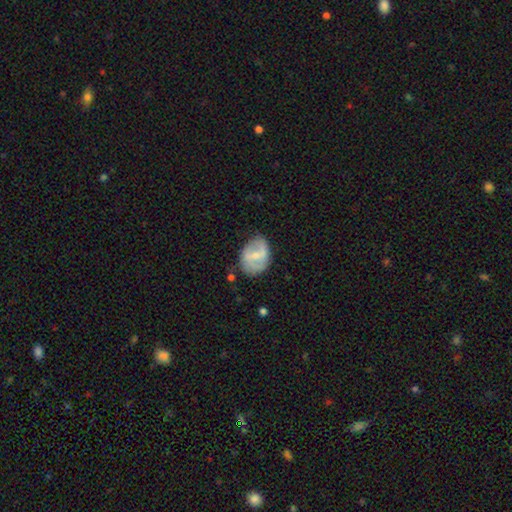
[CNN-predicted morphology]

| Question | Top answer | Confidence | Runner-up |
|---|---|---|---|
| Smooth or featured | featured or disk | 52% | smooth (42%) |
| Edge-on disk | no | 96% | yes (4%) |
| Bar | weak | 50% | strong (27%) |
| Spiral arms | yes | 57% | no (43%) |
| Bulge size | small | 51% | moderate (36%) |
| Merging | none | 62% | minor disturbance (26%) |